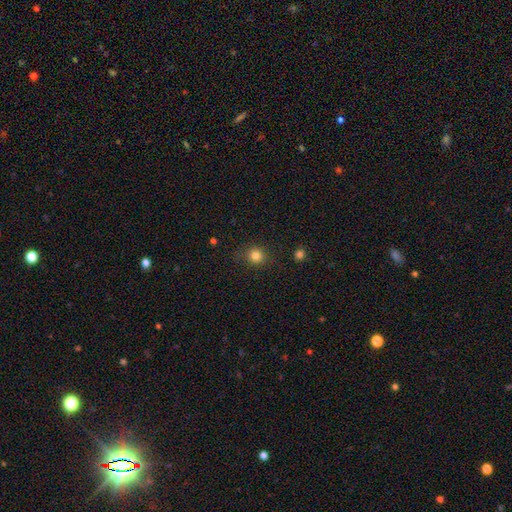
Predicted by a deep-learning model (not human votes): Smooth or featured? smooth (82%)
How rounded? round (89%)
Merging? none (85%)